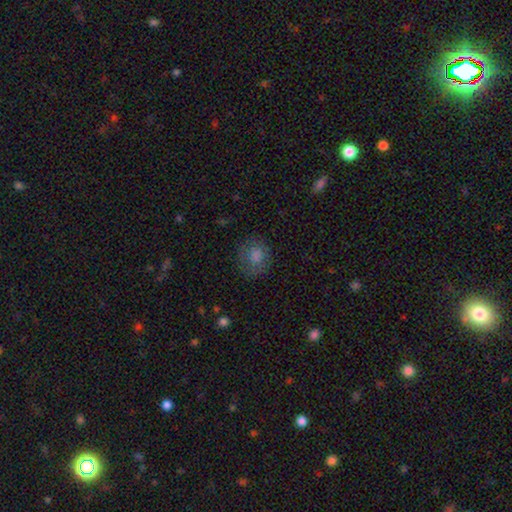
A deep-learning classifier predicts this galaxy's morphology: Smooth or featured? Predicted: smooth (p=0.69). How rounded? Predicted: round (p=0.76). Merging? Predicted: none (p=0.74).